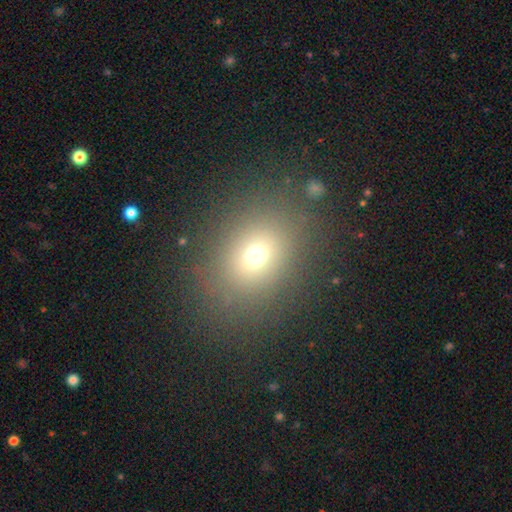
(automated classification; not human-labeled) Smooth or featured?
  - smooth: 68% *
  - star or artifact: 20%
  - featured or disk: 12%
How rounded?
  - round: 53% *
  - in between: 46%
  - cigar-shaped: 1%
Merging?
  - none: 83% *
  - minor disturbance: 9%
  - major disturbance: 6%
  - merger: 2%